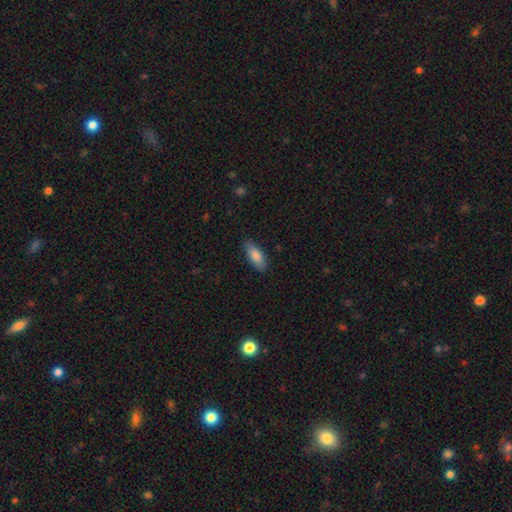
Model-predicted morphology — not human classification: smooth 84%, featured or disk 10%, star or artifact 6%. Down the decision tree: how rounded — in between (75%); merging — none (83%).